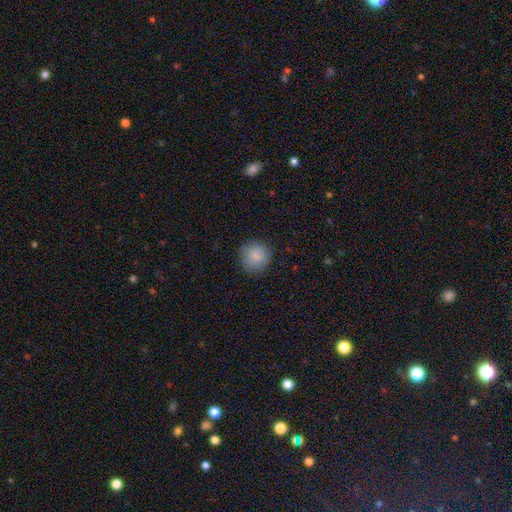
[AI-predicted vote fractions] Morphology: type=smooth (86%); roundness=round (92%); merging=none (84%).